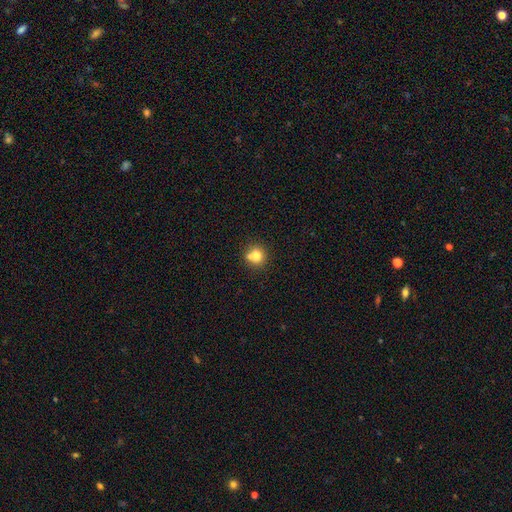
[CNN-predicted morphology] Smooth or featured? Predicted: smooth (p=0.77). How rounded? Predicted: round (p=0.87). Merging? Predicted: none (p=0.57).